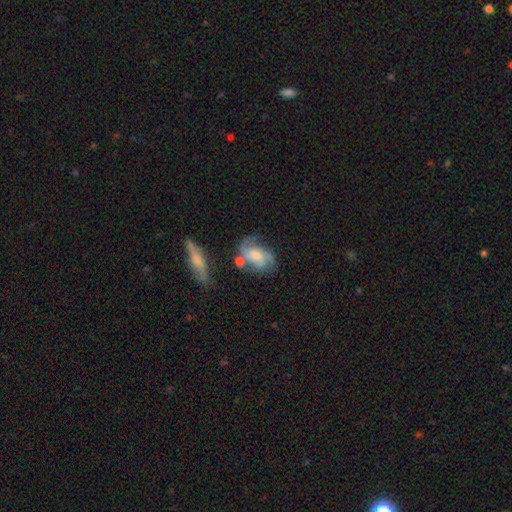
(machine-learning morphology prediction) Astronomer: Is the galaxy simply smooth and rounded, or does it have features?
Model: featured or disk — 72%.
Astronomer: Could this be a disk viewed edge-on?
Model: no — 97%.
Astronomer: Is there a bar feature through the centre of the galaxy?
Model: no — 58% (runner-up: weak, 36%).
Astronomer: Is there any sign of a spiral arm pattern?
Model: yes — 90%.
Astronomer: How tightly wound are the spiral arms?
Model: medium — 48% (runner-up: tight, 30%).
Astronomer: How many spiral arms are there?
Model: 2 — 47% (runner-up: 3, 22%).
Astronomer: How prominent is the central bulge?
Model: moderate — 38% (runner-up: small, 31%).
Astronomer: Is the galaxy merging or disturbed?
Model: none — 44% (runner-up: minor disturbance, 22%).